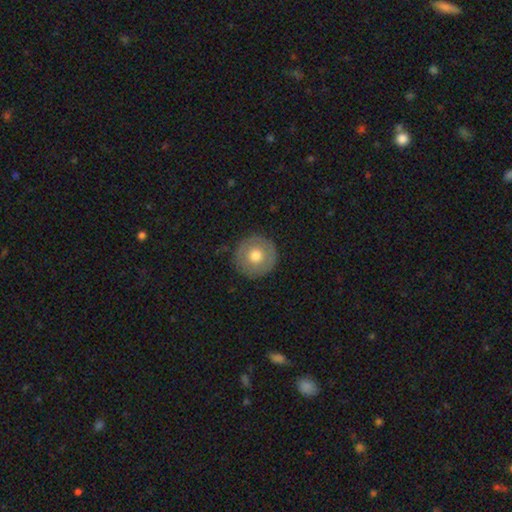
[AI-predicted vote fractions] Morphology: type=smooth (64%); roundness=round (96%); merging=none (89%).